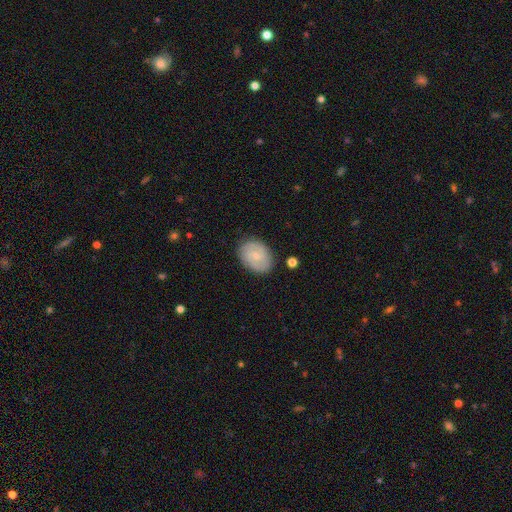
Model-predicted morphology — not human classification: Q: Smooth or featured?
A: featured or disk (67%); runner-up: smooth (26%)
Q: Edge-on disk?
A: no (97%); runner-up: yes (3%)
Q: Bar?
A: no (49%); runner-up: weak (44%)
Q: Spiral arms?
A: yes (91%); runner-up: no (9%)
Q: Spiral winding?
A: tight (50%); runner-up: medium (39%)
Q: Spiral arm count?
A: 2 (73%); runner-up: can't tell (14%)
Q: Bulge size?
A: small (70%); runner-up: moderate (22%)
Q: Merging?
A: none (84%); runner-up: minor disturbance (12%)